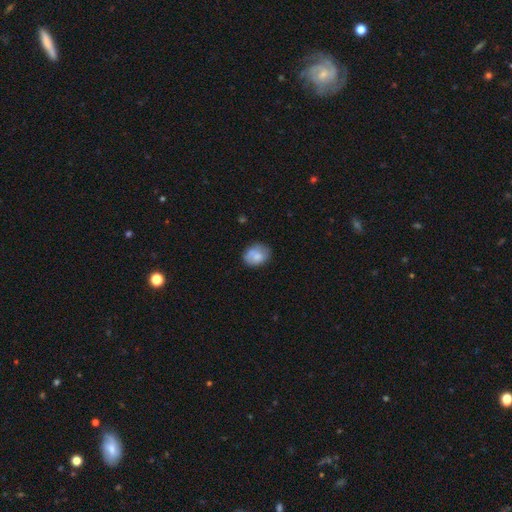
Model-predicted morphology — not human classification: Q: Smooth or featured?
A: smooth (70%); runner-up: featured or disk (22%)
Q: How rounded?
A: in between (59%); runner-up: round (40%)
Q: Merging?
A: none (56%); runner-up: minor disturbance (26%)